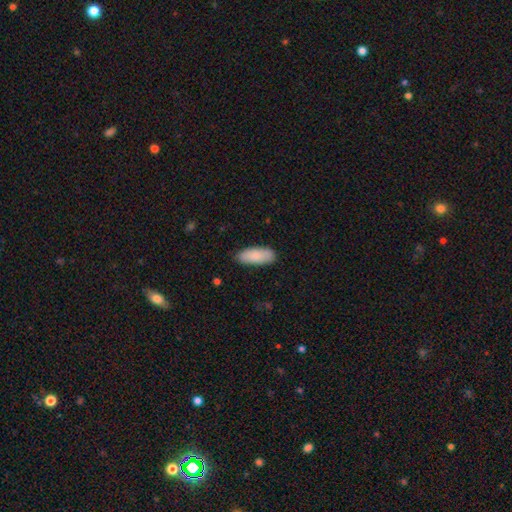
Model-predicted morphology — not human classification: Smooth or featured? smooth (86%)
How rounded? in between (79%)
Merging? none (84%)